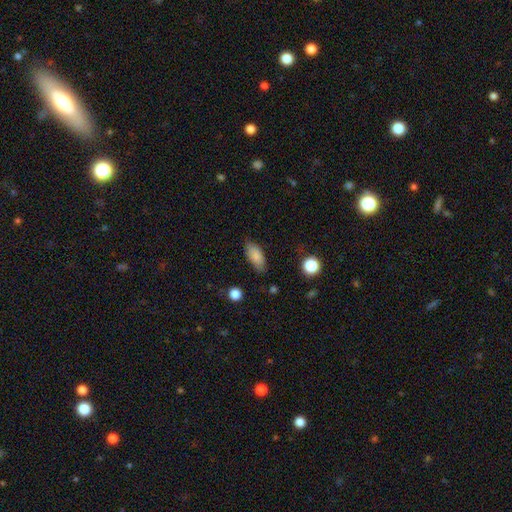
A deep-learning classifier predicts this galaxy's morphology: This is clearly a smooth galaxy (85%). How rounded: clearly in between (87%). Merging: likely none (79%).